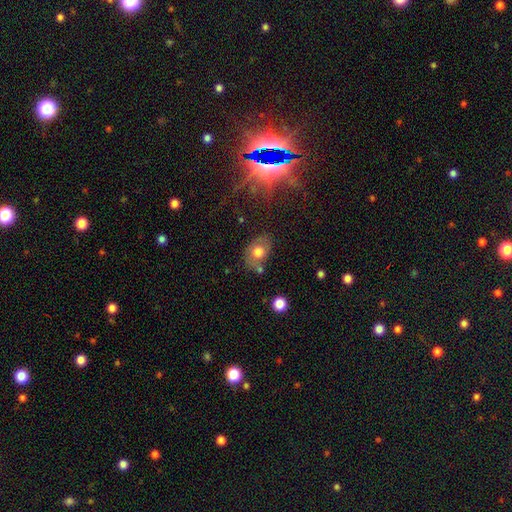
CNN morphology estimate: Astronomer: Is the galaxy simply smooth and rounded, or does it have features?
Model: smooth — 53%.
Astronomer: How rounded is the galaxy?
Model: in between — 61% (runner-up: round, 37%).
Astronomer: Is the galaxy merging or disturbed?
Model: none — 66%.